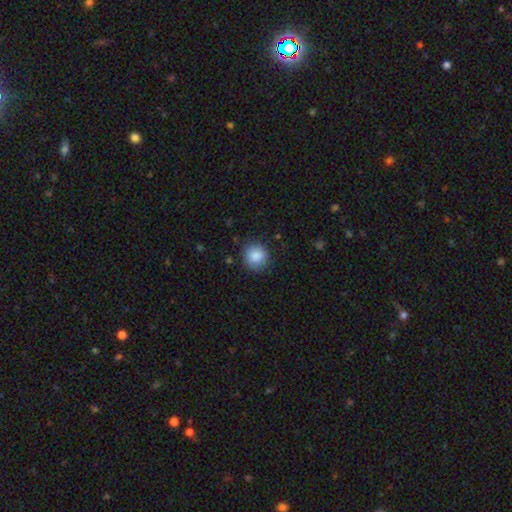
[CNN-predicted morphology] type=smooth (87%); roundness=round (87%); merging=none (84%).